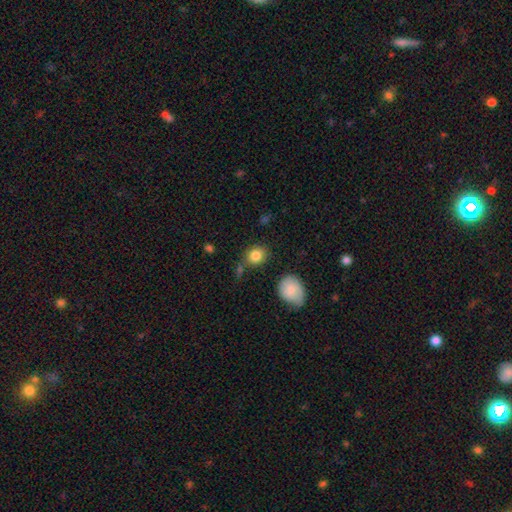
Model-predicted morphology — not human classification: Smooth or featured?
  - smooth: 85% *
  - star or artifact: 9%
  - featured or disk: 6%
How rounded?
  - round: 62% *
  - in between: 37%
  - cigar-shaped: 1%
Merging?
  - none: 75% *
  - minor disturbance: 14%
  - merger: 7%
  - major disturbance: 4%